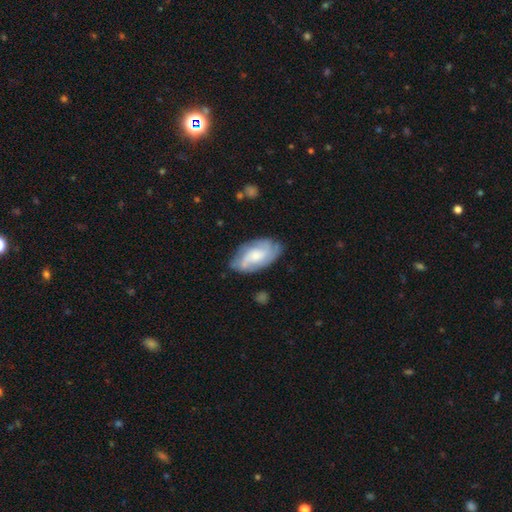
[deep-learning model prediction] A featured or disk galaxy (62%) with no bar (66%), medium (42%) spiral arms (87%) and a moderate central bulge (46%).

Vote fractions:
- Smooth or featured? featured or disk: 62% / smooth: 32% / star or artifact: 6%
- Edge-on disk? no: 94% / yes: 6%
- Bar? no: 66% / weak: 29% / strong: 5%
- Spiral arms? yes: 87% / no: 13%
- Spiral winding? medium: 42% / tight: 41% / loose: 18%
- Spiral arm count? can't tell: 34% / 2: 28% / 3: 23% / 4: 8% / 1: 4% / more than 4: 3%
- Bulge size? moderate: 46% / small: 34% / large: 11% / none: 7% / dominant: 2%
- Merging? none: 71% / minor disturbance: 21% / major disturbance: 6% / merger: 2%